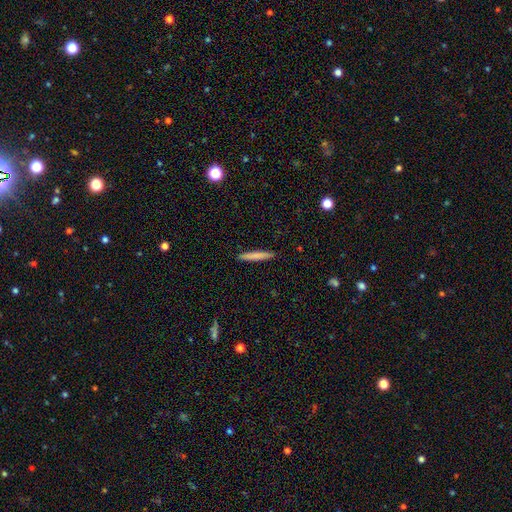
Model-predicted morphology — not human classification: type=smooth (79%); roundness=cigar-shaped (95%); merging=none (92%).